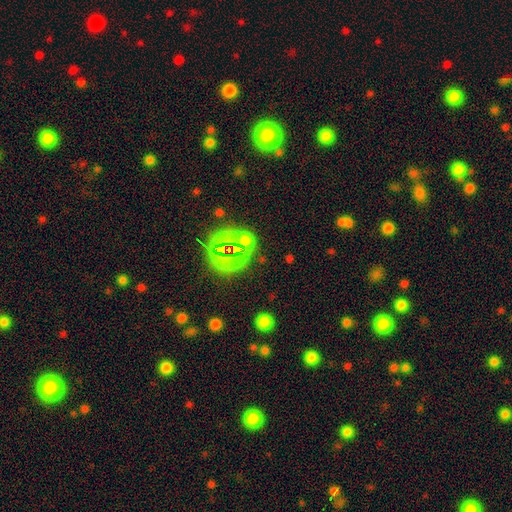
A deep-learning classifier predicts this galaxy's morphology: smooth_or_featured: star or artifact (p=0.68) [alt: smooth p=0.23]